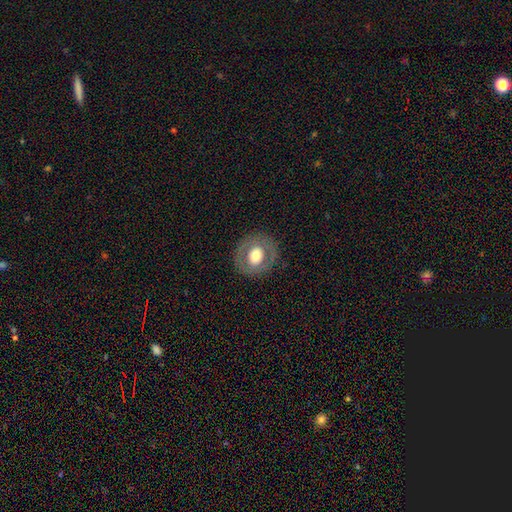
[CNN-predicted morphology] Smooth or featured?
  - smooth: 54% *
  - featured or disk: 39%
  - star or artifact: 7%
How rounded?
  - round: 77% *
  - in between: 22%
  - cigar-shaped: 1%
Merging?
  - none: 84% *
  - minor disturbance: 10%
  - major disturbance: 5%
  - merger: 1%